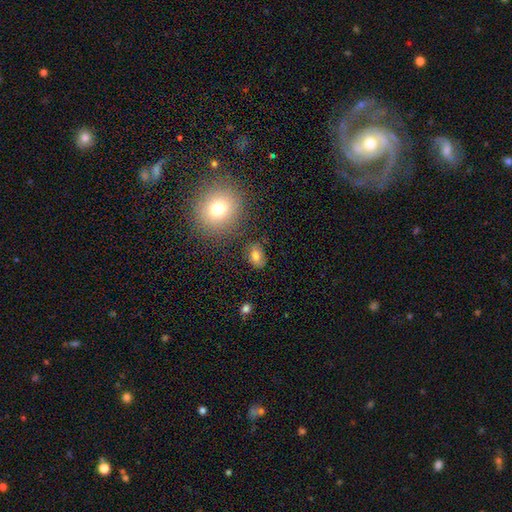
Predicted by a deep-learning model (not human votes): A smooth galaxy with no disk features (77%) that is in between round and cigar-shaped (77%). Merging: none (74%).